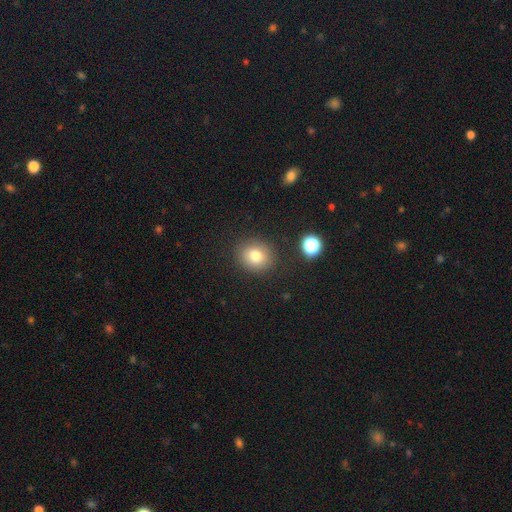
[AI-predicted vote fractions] A smooth galaxy with no disk features (78%) that is round (78%).

Vote fractions:
- Smooth or featured? smooth: 78% / star or artifact: 13% / featured or disk: 9%
- How rounded? round: 78% / in between: 21% / cigar-shaped: 1%
- Merging? none: 87% / minor disturbance: 8% / major disturbance: 3% / merger: 2%